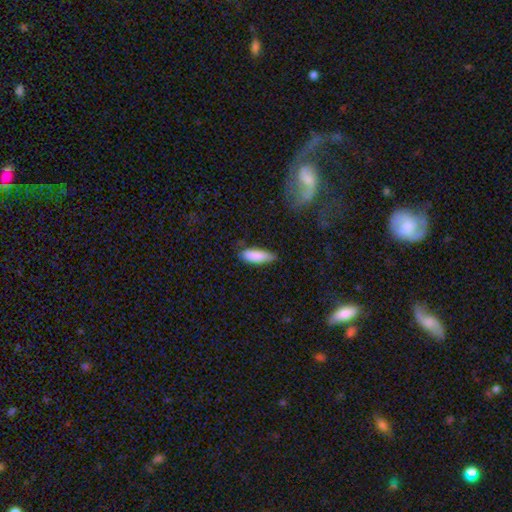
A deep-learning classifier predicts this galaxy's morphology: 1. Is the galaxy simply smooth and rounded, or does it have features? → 86% smooth, 8% featured or disk, 6% star or artifact.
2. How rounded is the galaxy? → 57% in between, 42% cigar-shaped, 2% round.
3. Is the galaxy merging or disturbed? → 61% none, 31% minor disturbance, 6% major disturbance, 2% merger.